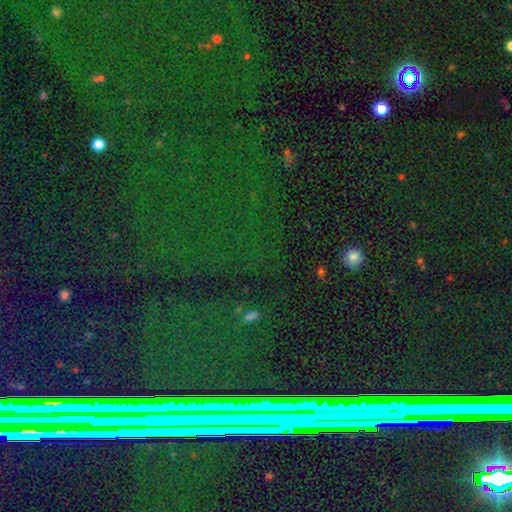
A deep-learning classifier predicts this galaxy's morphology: smooth-or-featured: star or artifact: 83% | smooth: 9% | featured or disk: 8%